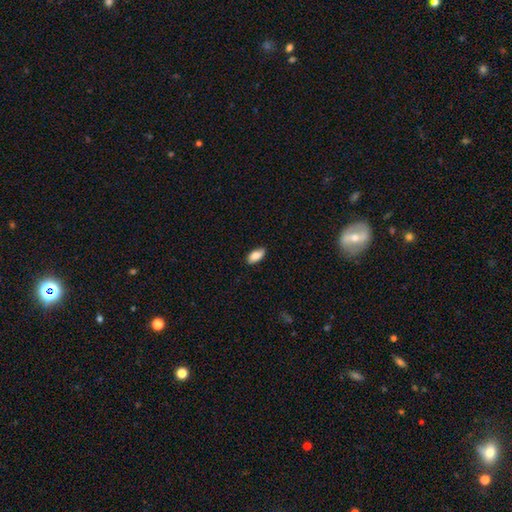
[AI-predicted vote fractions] smooth 85%, featured or disk 8%, star or artifact 7%. Down the decision tree: how rounded — in between (90%); merging — none (84%).